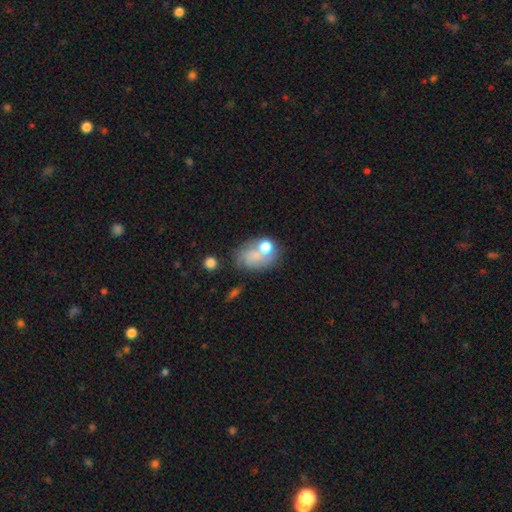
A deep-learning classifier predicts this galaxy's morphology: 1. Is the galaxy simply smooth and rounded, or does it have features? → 57% smooth, 31% featured or disk, 13% star or artifact.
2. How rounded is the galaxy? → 65% in between, 34% round, 1% cigar-shaped.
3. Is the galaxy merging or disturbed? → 39% none, 23% merger, 22% minor disturbance, 16% major disturbance.